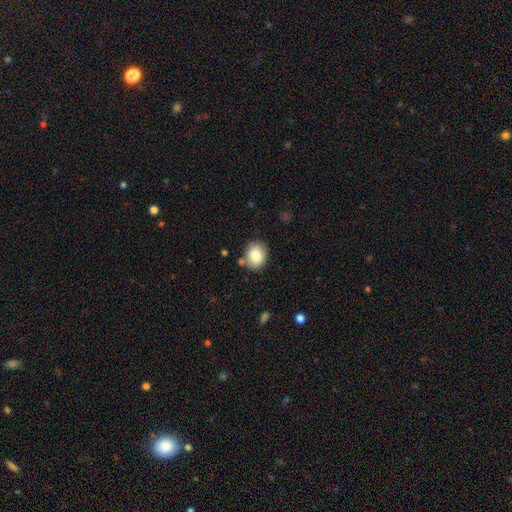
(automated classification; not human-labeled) Overall: smooth (83%). How rounded: round (63%; in between 36%). Merging: none (79%).